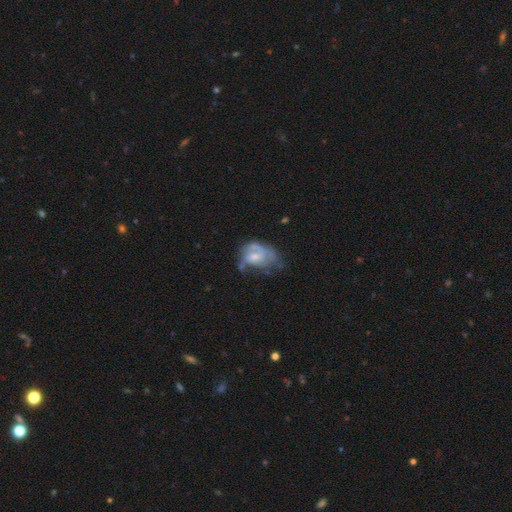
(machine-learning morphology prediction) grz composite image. It shows a featured or disk galaxy (66%) with no bar (55%), spiral arms (70%) and a small central bulge (45%). Merging: none (33%).